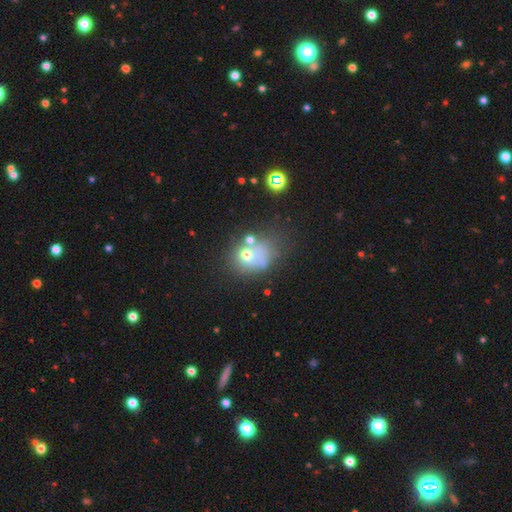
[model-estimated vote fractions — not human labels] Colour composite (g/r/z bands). It shows a smooth galaxy with no disk features (55%) that is round (61%). Merging: none (37%).